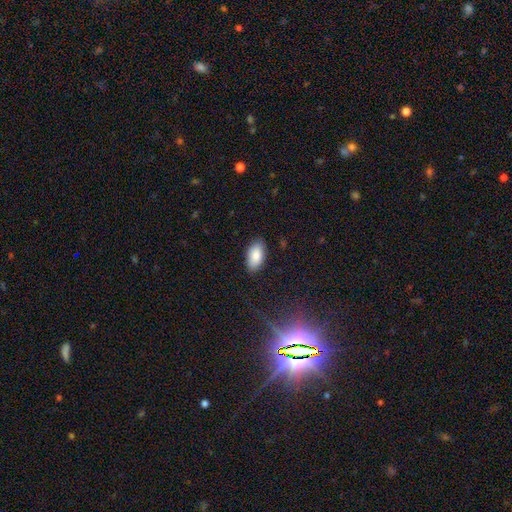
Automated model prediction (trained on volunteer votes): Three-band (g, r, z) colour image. It shows a smooth galaxy with no disk features (86%) that is in between round and cigar-shaped (94%). Merging: none (86%).